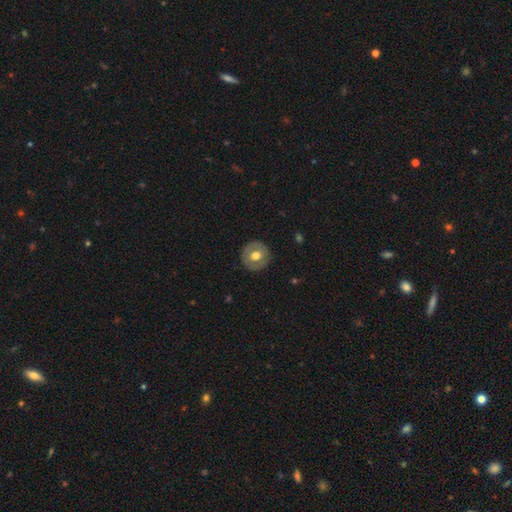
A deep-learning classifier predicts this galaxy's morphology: Smooth or featured: smooth — 55% (featured or disk — 39%)
How rounded: round — 92% (in between — 7%)
Merging: none — 89% (minor disturbance — 8%)